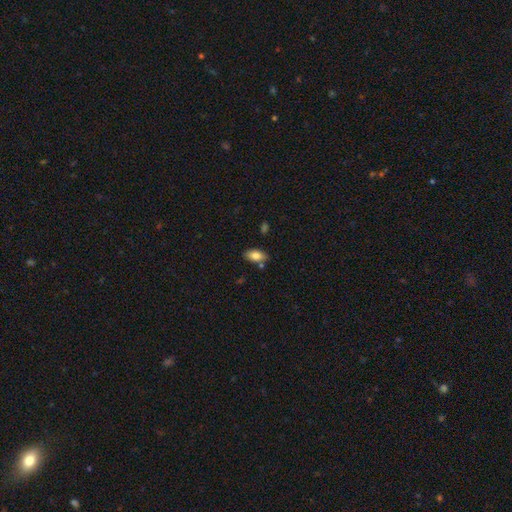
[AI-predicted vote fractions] Q: Smooth or featured?
A: smooth (83%); runner-up: featured or disk (10%)
Q: How rounded?
A: in between (92%); runner-up: cigar-shaped (4%)
Q: Merging?
A: none (76%); runner-up: minor disturbance (14%)